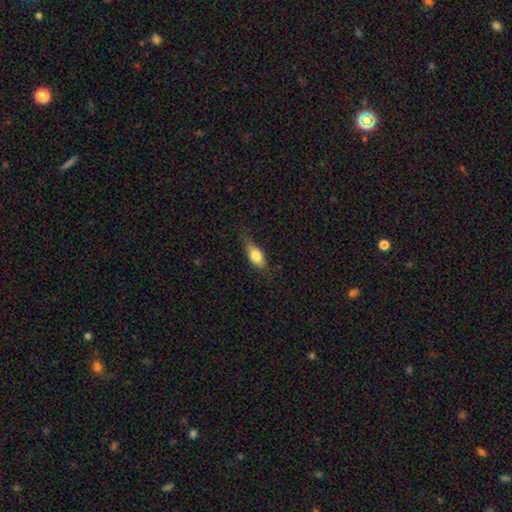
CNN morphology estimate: smooth-or-featured: smooth: 75% | featured or disk: 18% | star or artifact: 7%
  how-rounded: in between: 78% | cigar-shaped: 18% | round: 5%
  merging: none: 63% | minor disturbance: 27% | major disturbance: 8% | merger: 1%